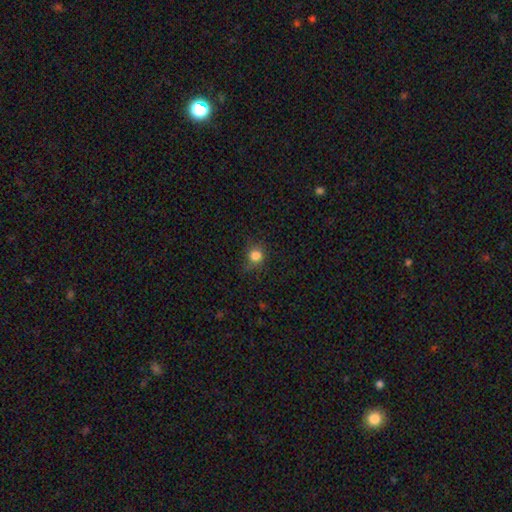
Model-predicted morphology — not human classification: Smooth or featured?
  - smooth: 82% *
  - star or artifact: 13%
  - featured or disk: 5%
How rounded?
  - round: 85% *
  - in between: 14%
  - cigar-shaped: 1%
Merging?
  - none: 77% *
  - minor disturbance: 17%
  - major disturbance: 5%
  - merger: 1%